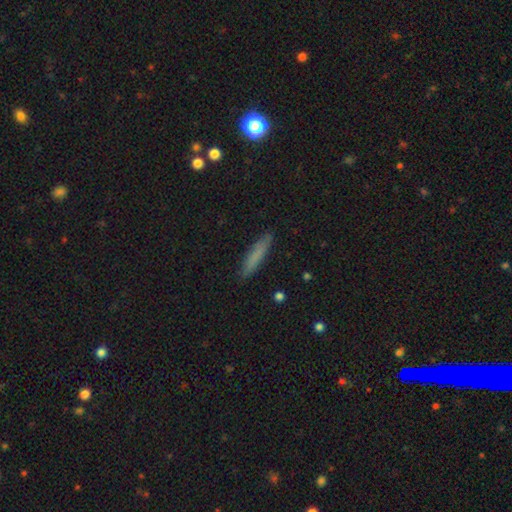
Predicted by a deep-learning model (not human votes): Smooth or featured: smooth — 76% (featured or disk — 16%)
How rounded: cigar-shaped — 90% (in between — 9%)
Merging: none — 87% (minor disturbance — 10%)